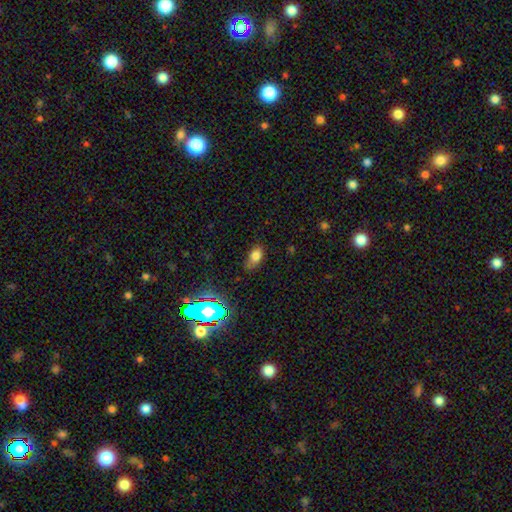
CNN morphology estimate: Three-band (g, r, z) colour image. It shows a smooth galaxy with no disk features (76%) that is in between round and cigar-shaped (87%). Merging: none (66%).